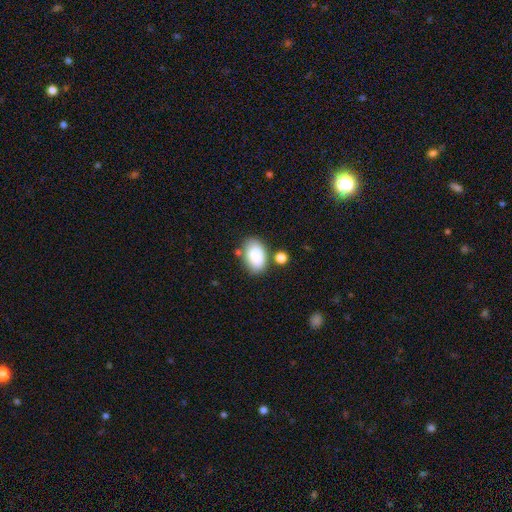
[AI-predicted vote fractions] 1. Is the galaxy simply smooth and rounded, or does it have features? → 85% smooth, 8% featured or disk, 7% star or artifact.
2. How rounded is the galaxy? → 89% in between, 9% round, 1% cigar-shaped.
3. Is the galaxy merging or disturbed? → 67% none, 17% minor disturbance, 12% merger, 5% major disturbance.